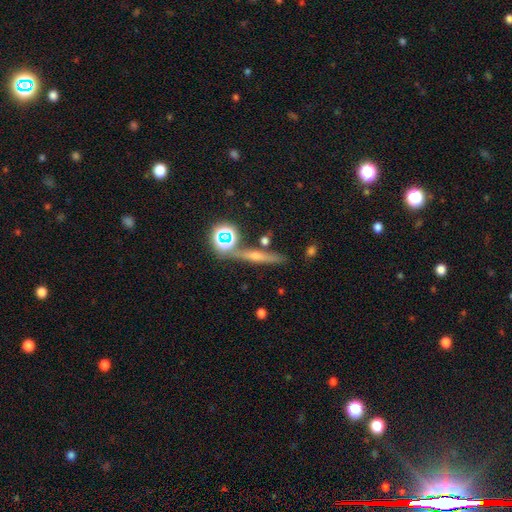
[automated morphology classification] Smooth or featured?
  - featured or disk: 50% *
  - smooth: 29%
  - star or artifact: 22%
Merging?
  - none: 82% *
  - minor disturbance: 8%
  - merger: 7%
  - major disturbance: 3%